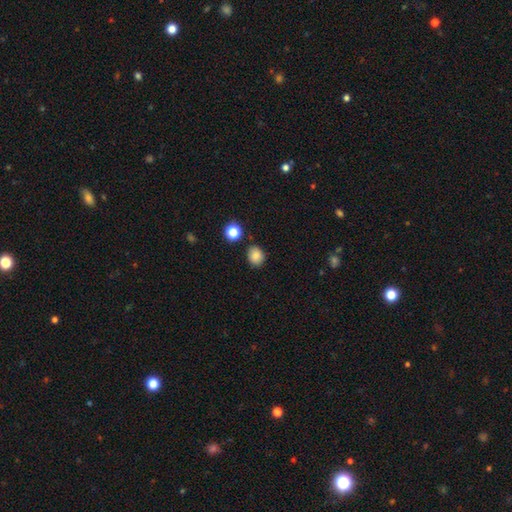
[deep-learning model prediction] Smooth or featured: smooth — 84% (star or artifact — 11%)
How rounded: round — 66% (in between — 33%)
Merging: none — 85% (minor disturbance — 10%)